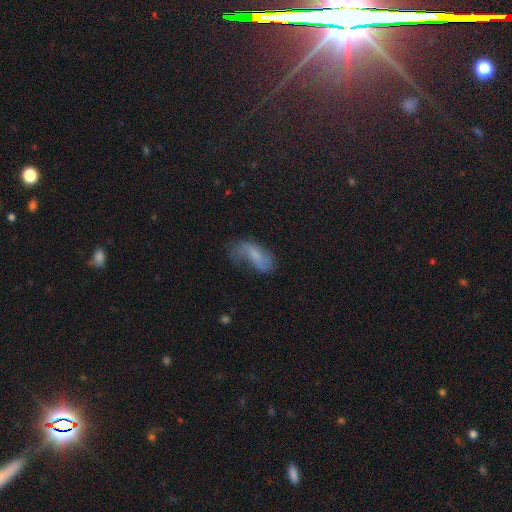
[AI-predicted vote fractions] Smooth or featured?
  - smooth: 49% *
  - featured or disk: 40%
  - star or artifact: 11%
Merging?
  - none: 34% *
  - major disturbance: 32%
  - minor disturbance: 30%
  - merger: 4%